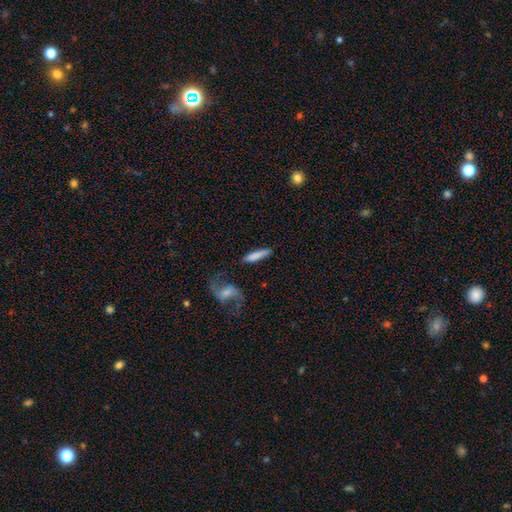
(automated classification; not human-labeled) Morphology: type=smooth (74%); roundness=cigar-shaped (84%); merging=none (77%).